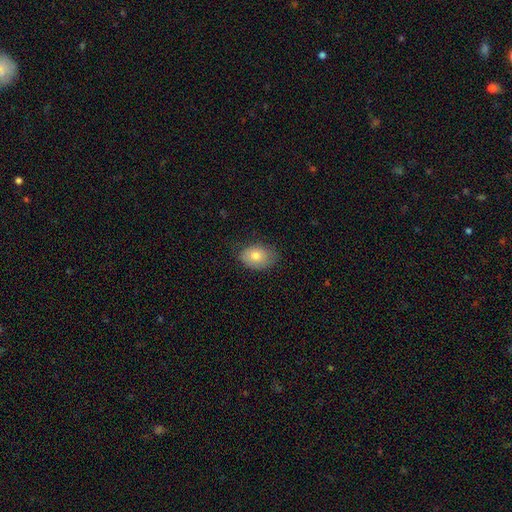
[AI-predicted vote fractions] Morphology: type=smooth (74%); roundness=in between (72%); merging=none (71%).